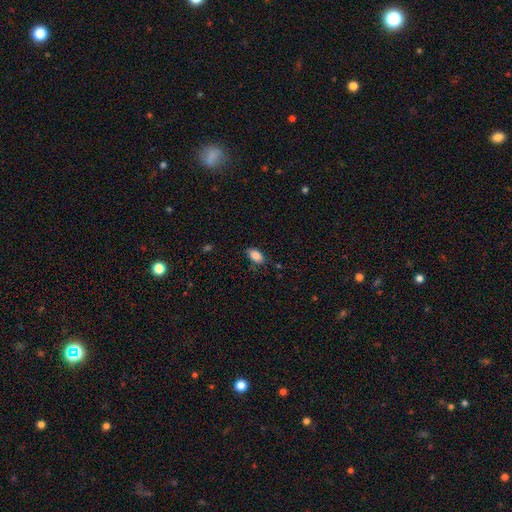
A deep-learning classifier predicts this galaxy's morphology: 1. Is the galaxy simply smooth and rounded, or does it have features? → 85% smooth, 8% star or artifact, 7% featured or disk.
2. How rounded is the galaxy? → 91% in between, 7% round, 3% cigar-shaped.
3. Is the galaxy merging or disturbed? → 77% none, 18% minor disturbance, 3% major disturbance, 2% merger.